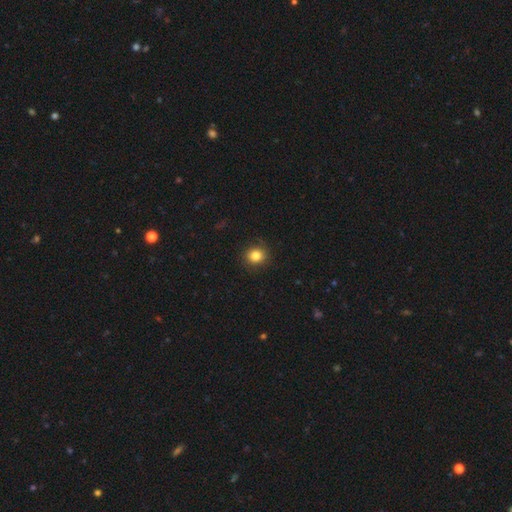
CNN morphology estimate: This appears to be a smooth galaxy with no disk features (83%) that is round (81%). Merging: none (87%).